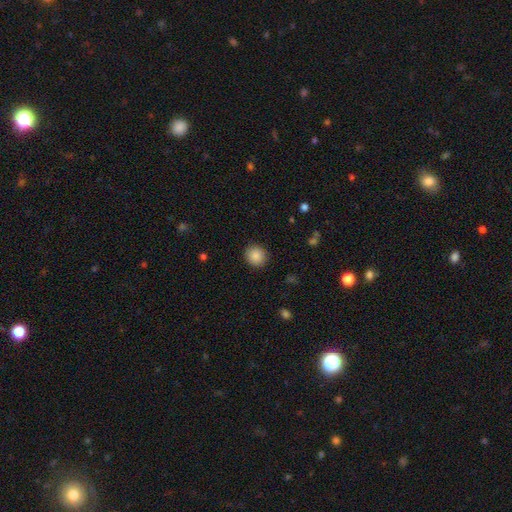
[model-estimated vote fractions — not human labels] The model was most divided on "how rounded": round: 87%, in between: 12%, cigar-shaped: 1%. More confident: merging — none (90%); smooth or featured — smooth (87%).